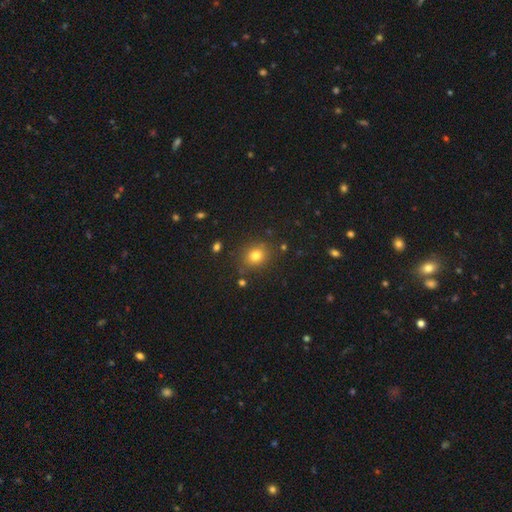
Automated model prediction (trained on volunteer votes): Overall: smooth (78%). How rounded: round (68%; in between 31%). Merging: none (82%).